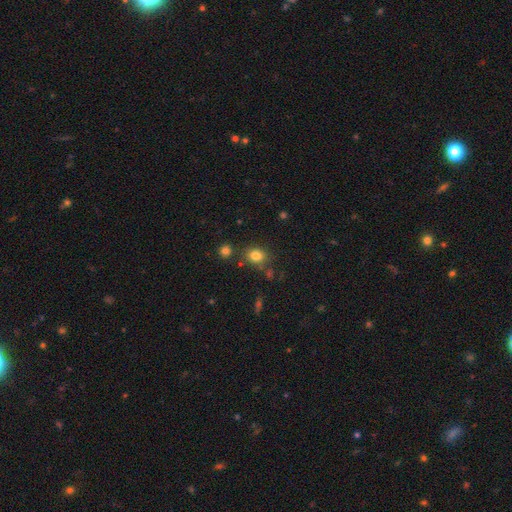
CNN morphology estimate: smooth_or_featured: smooth (p=0.81) [alt: star or artifact p=0.13]
how_rounded: round (p=0.56) [alt: in between p=0.43]
merging: none (p=0.75) [alt: minor disturbance p=0.13]